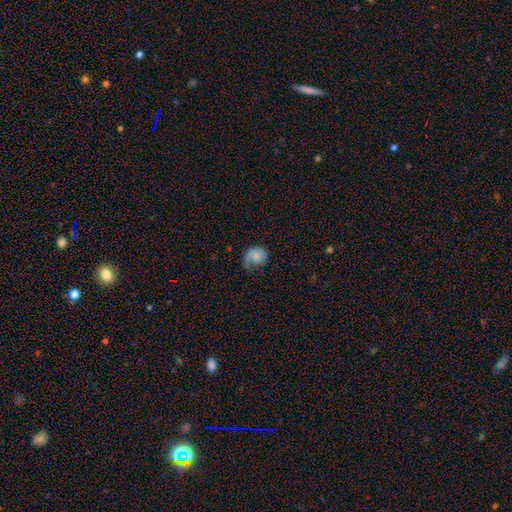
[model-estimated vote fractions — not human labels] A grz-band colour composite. It shows a smooth galaxy with no disk features (59%) that is round (56%). Merging: none (41%).